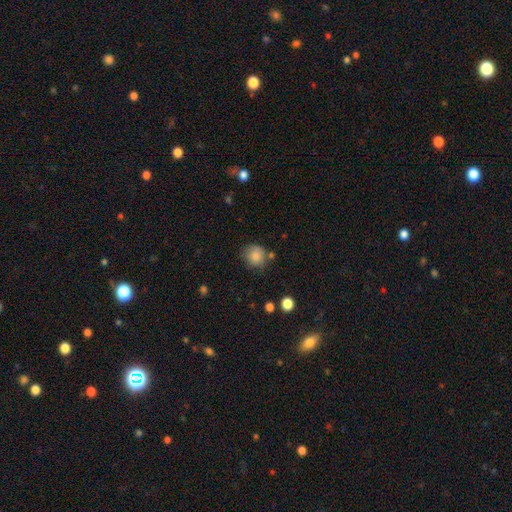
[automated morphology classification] The model was most divided on "merging": none: 75%, minor disturbance: 16%, merger: 5%, major disturbance: 4%. More confident: how rounded — round (88%); smooth or featured — smooth (84%).